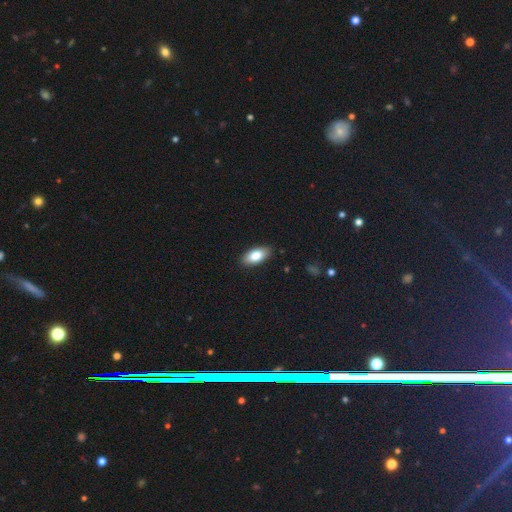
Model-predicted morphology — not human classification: smooth-or-featured: smooth: 81% | featured or disk: 13% | star or artifact: 6%
  how-rounded: in between: 90% | cigar-shaped: 7% | round: 3%
  merging: none: 88% | minor disturbance: 9% | major disturbance: 2% | merger: 1%